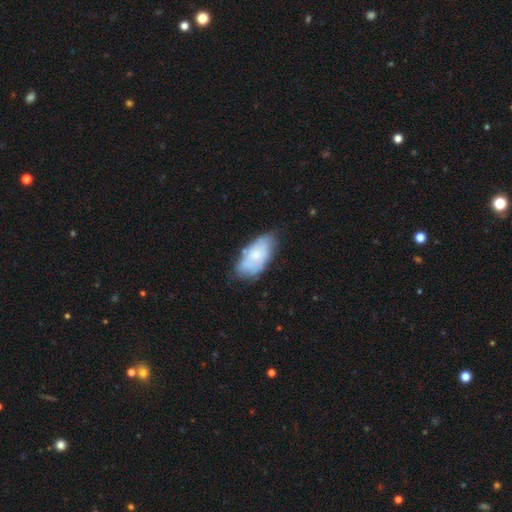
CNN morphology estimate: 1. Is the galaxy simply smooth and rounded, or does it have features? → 58% smooth, 35% featured or disk, 7% star or artifact.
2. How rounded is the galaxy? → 93% in between, 4% cigar-shaped, 3% round.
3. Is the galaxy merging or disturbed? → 57% none, 30% minor disturbance, 8% major disturbance, 5% merger.